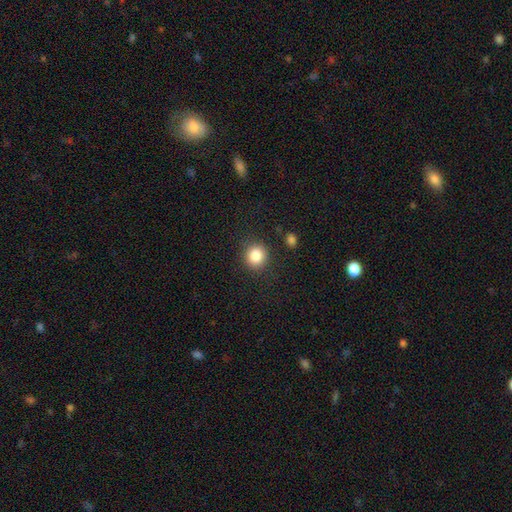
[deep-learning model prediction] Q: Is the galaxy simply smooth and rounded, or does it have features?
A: smooth — 84%.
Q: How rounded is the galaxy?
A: round — 87%.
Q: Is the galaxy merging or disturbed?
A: none — 87%.